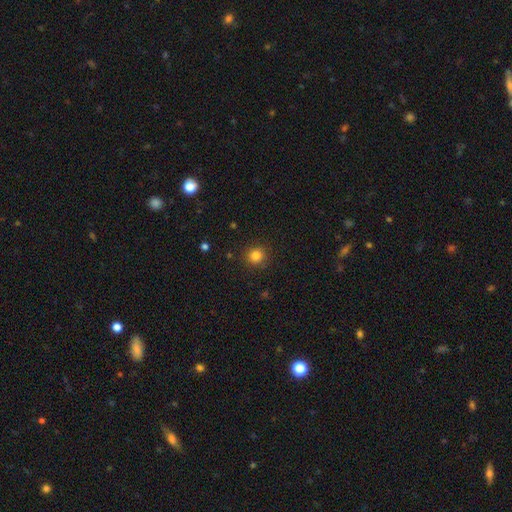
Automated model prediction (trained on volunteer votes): This is clearly a smooth galaxy (82%). How rounded: clearly round (91%). Merging: clearly none (89%).